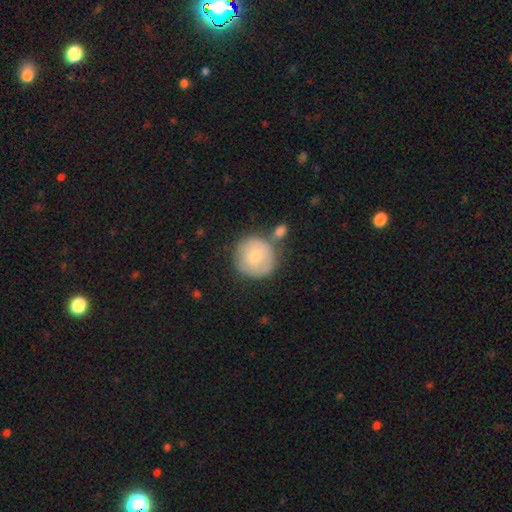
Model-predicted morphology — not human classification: This is likely a smooth galaxy (72%). How rounded: clearly round (94%). Merging: likely none (63%).